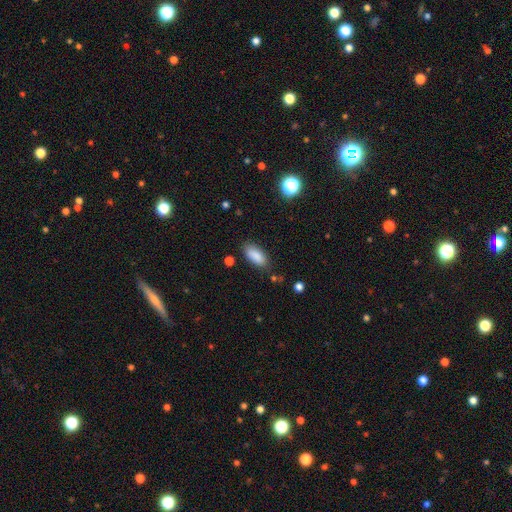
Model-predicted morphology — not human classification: type=smooth (88%); roundness=in between (88%); merging=none (82%).